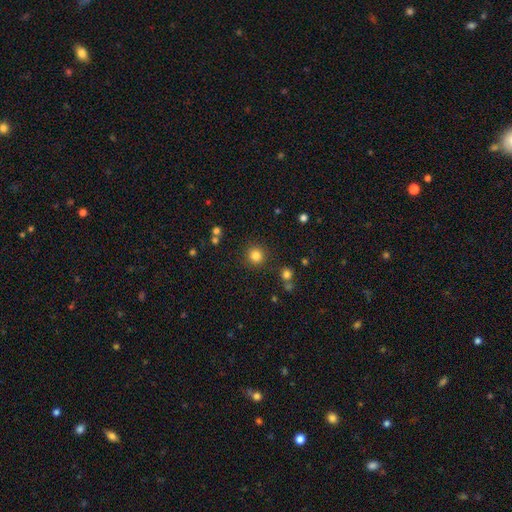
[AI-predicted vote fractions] A smooth galaxy with no disk features (83%) that is round (94%).

Vote fractions:
- Smooth or featured? smooth: 83% / star or artifact: 12% / featured or disk: 5%
- How rounded? round: 94% / in between: 5% / cigar-shaped: 1%
- Merging? none: 88% / minor disturbance: 7% / major disturbance: 3% / merger: 3%